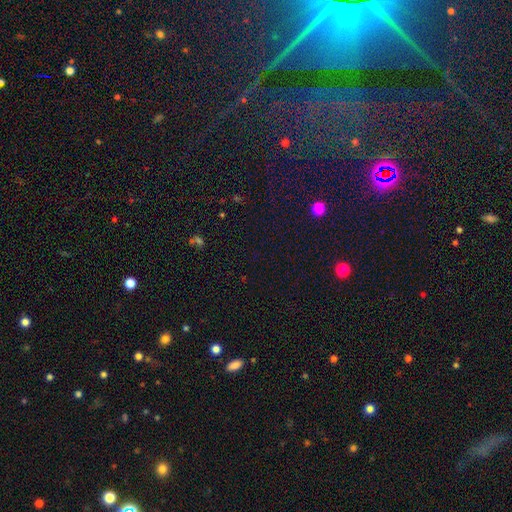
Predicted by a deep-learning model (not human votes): Smooth or featured?
  - star or artifact: 68% *
  - smooth: 25%
  - featured or disk: 7%